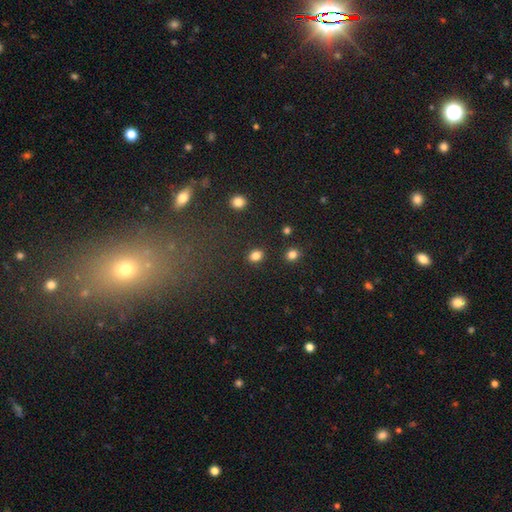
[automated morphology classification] A smooth galaxy with no disk features (83%) that is round (50%). Merging: none (87%).